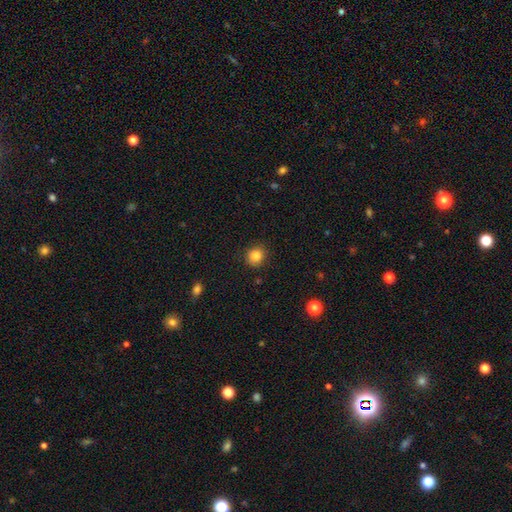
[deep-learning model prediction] The model was most divided on "how rounded": round: 87%, in between: 12%, cigar-shaped: 1%. More confident: merging — none (88%); smooth or featured — smooth (85%).